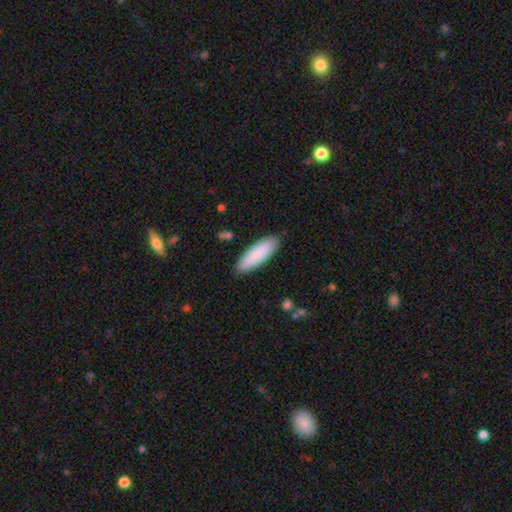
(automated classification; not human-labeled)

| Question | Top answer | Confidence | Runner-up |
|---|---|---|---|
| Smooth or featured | smooth | 86% | featured or disk (9%) |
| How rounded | in between | 59% | cigar-shaped (39%) |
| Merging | none | 87% | minor disturbance (10%) |